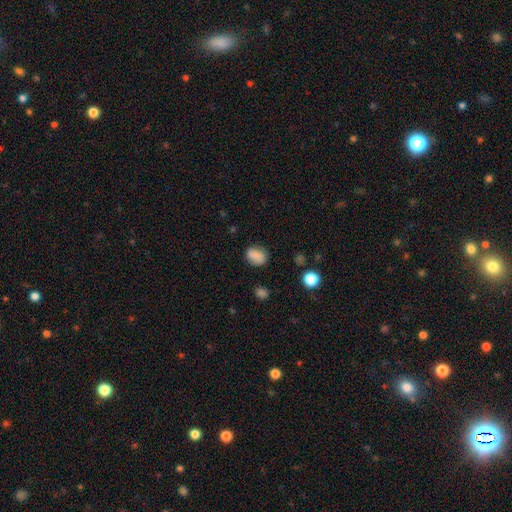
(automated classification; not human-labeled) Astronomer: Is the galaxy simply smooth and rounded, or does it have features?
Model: smooth — 81%.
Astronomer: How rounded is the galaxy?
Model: in between — 61% (runner-up: round, 38%).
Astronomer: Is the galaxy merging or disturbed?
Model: none — 74%.